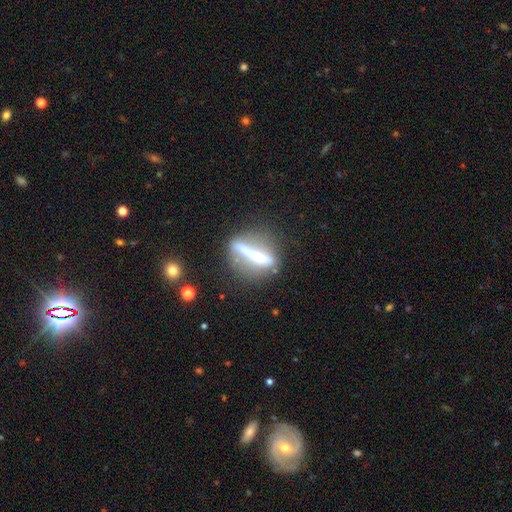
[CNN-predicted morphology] Smooth or featured: featured or disk — 61% (smooth — 29%)
Edge-on disk: yes — 60% (no — 40%)
Merging: none — 64% (minor disturbance — 17%)